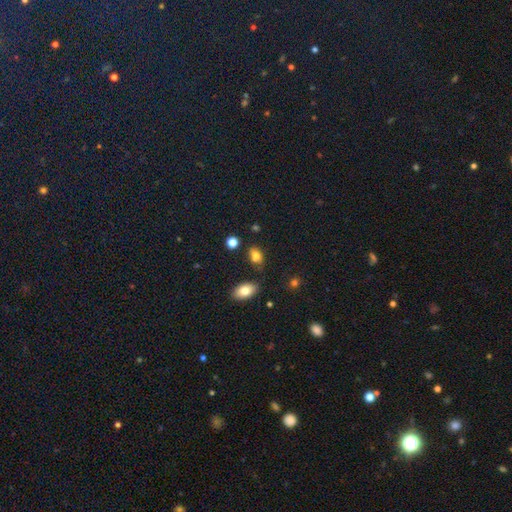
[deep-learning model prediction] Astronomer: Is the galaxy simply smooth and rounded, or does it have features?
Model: smooth — 79%.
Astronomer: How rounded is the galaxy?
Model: in between — 83%.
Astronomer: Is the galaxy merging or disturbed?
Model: none — 67%.